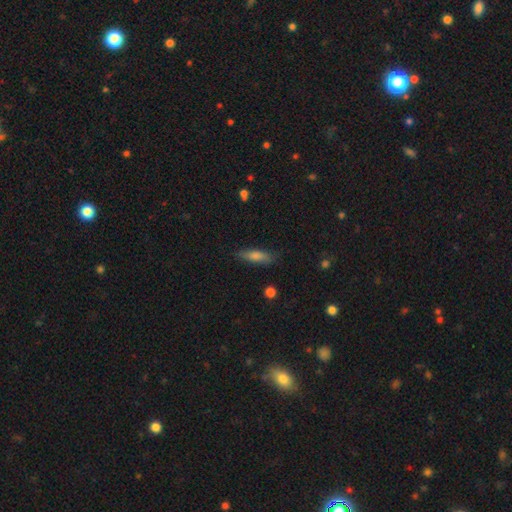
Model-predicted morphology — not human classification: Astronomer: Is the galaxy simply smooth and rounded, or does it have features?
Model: smooth — 71%.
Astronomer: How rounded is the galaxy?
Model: cigar-shaped — 64%.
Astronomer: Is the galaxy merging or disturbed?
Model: none — 82%.